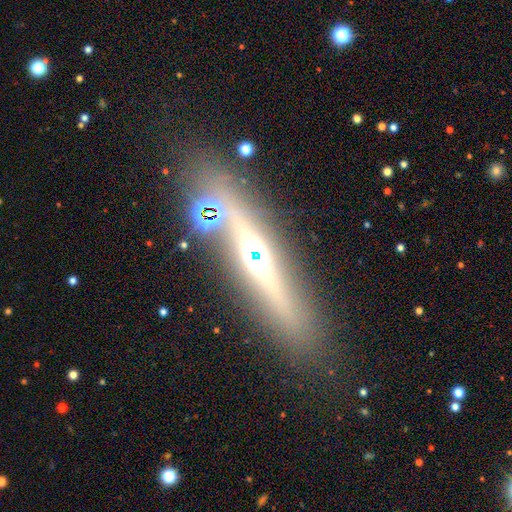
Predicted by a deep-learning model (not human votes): The model was most divided on "smooth or featured": featured or disk: 64%, smooth: 20%, star or artifact: 17%. More confident: edge-on disk — yes (89%); edge-on bulge — rounded (88%); merging — none (81%).